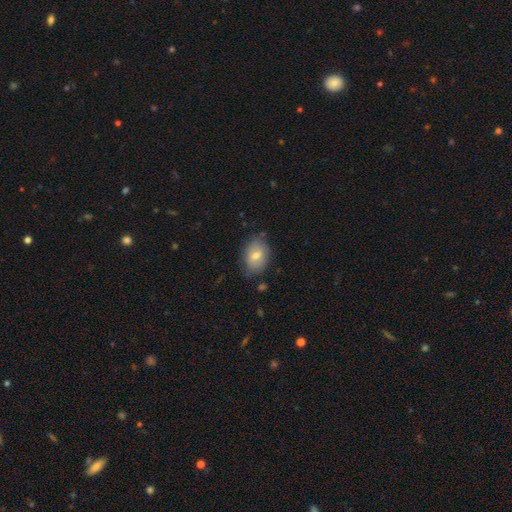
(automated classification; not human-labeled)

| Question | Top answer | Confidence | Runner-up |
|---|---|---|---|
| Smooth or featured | smooth | 68% | featured or disk (24%) |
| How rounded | in between | 78% | round (21%) |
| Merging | none | 78% | minor disturbance (17%) |